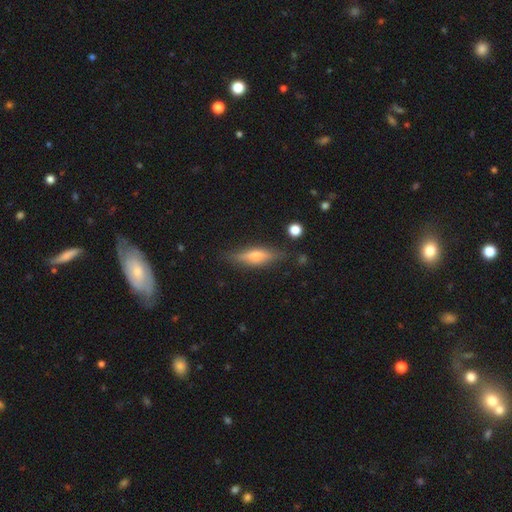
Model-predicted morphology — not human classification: Smooth or featured?
  - featured or disk: 52% *
  - smooth: 41%
  - star or artifact: 8%
Edge-on disk?
  - yes: 91% *
  - no: 9%
Merging?
  - none: 83% *
  - minor disturbance: 12%
  - major disturbance: 3%
  - merger: 2%